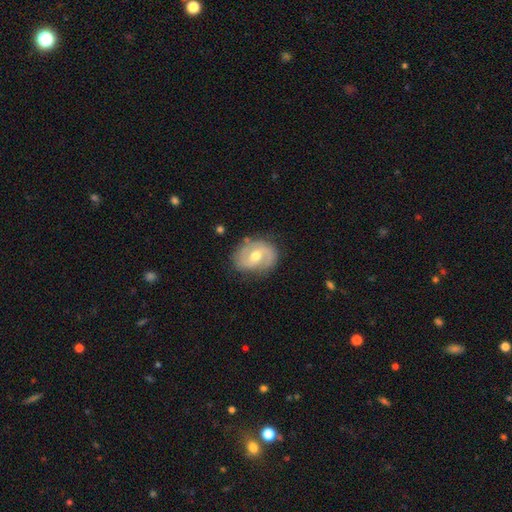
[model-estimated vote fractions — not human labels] featured or disk 72%, smooth 22%, star or artifact 6%. Down the decision tree: edge-on disk — no (97%); bar — weak (46%); spiral arms — yes (83%); spiral arm count — 2 (78%); spiral winding — medium (45%); bulge size — moderate (74%); merging — none (75%).